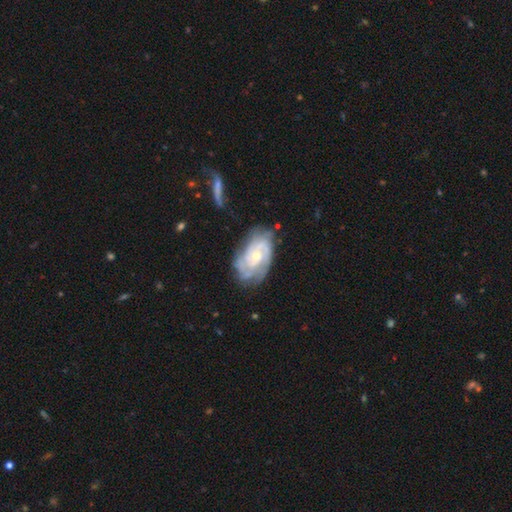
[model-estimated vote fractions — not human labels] This is clearly a featured or disk galaxy (83%). It is clearly not viewed edge-on (96%). Bar: likely no (66%). Spiral arm pattern: clearly yes (94%). Spiral arm count: marginally can't tell (31%). Spiral winding: likely tight (61%). Central bulge: possibly small (48%). Merging: likely none (66%).